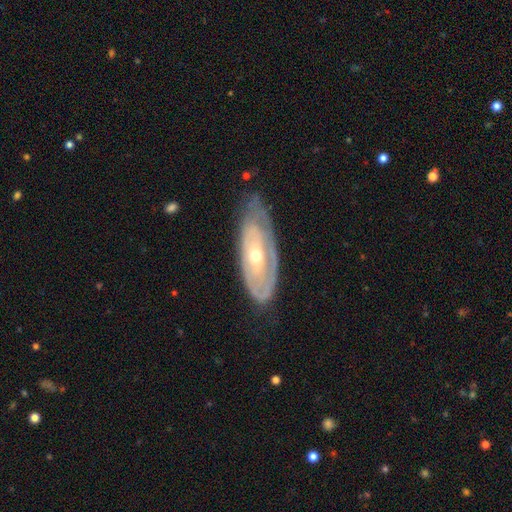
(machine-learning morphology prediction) This appears to be a featured or disk galaxy (75%) with no bar (77%), spiral arms (67%) and a moderate central bulge (51%). Merging: none (65%).